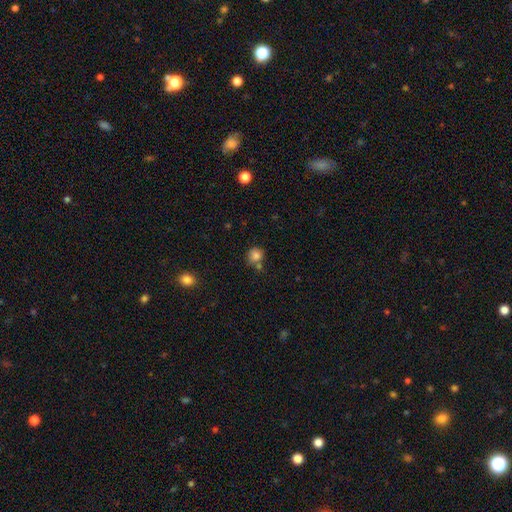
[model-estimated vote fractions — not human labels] smooth-or-featured: smooth: 82% | star or artifact: 12% | featured or disk: 7%
  how-rounded: round: 85% | in between: 14% | cigar-shaped: 1%
  merging: none: 64% | merger: 17% | minor disturbance: 15% | major disturbance: 4%